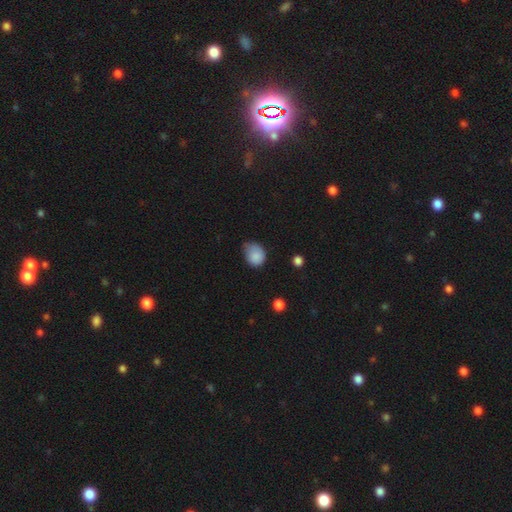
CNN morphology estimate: Smooth or featured? Predicted: smooth (p=0.85). How rounded? Predicted: in between (p=0.51). Merging? Predicted: minor disturbance (p=0.50).